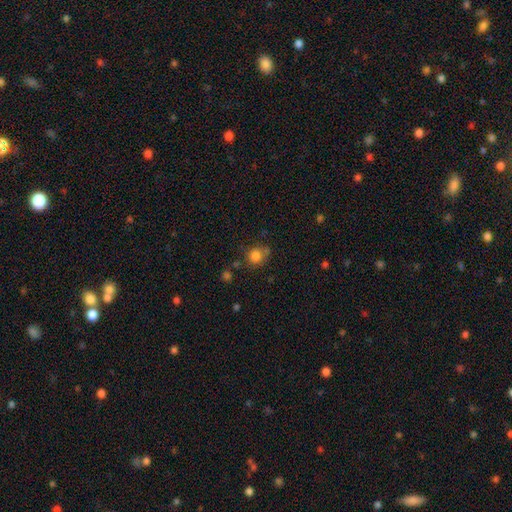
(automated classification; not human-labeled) Smooth or featured: smooth — 81% (star or artifact — 12%)
How rounded: round — 84% (in between — 15%)
Merging: none — 65% (minor disturbance — 18%)